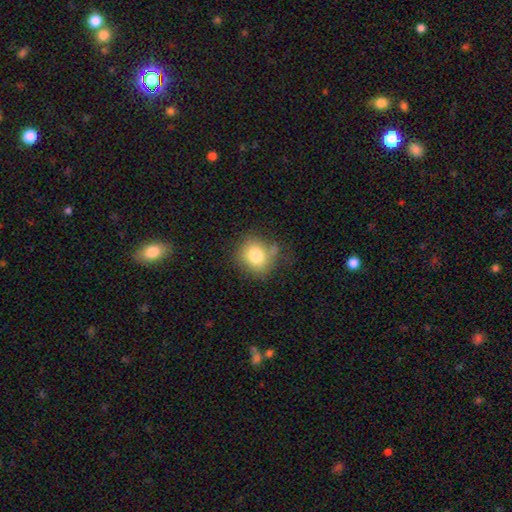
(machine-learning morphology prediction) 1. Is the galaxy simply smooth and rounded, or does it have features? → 78% smooth, 11% featured or disk, 10% star or artifact.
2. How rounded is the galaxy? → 77% round, 22% in between, 1% cigar-shaped.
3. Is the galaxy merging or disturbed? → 66% none, 22% minor disturbance, 7% major disturbance, 5% merger.